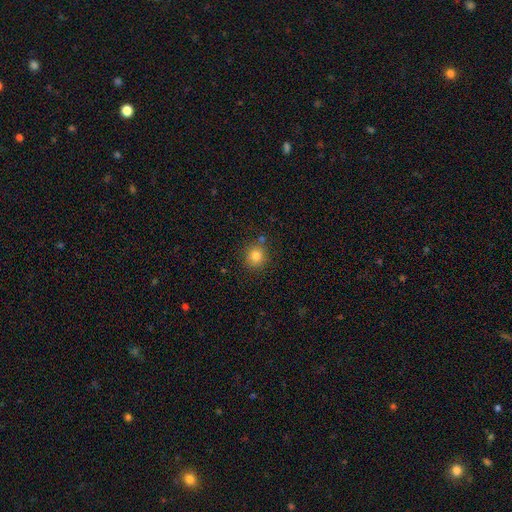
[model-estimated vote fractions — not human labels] This appears to be a smooth galaxy with no disk features (82%) that is round (88%). Merging: none (81%).